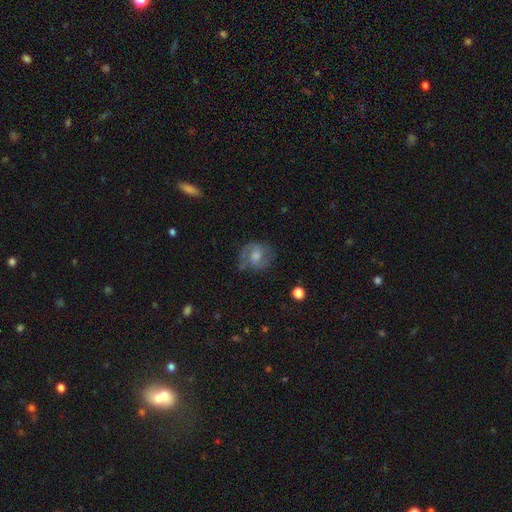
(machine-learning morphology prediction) Smooth or featured? featured or disk (65%)
Edge-on disk? no (97%)
Bar? weak (50%)
Spiral arms? yes (88%)
Spiral winding? medium (48%)
Spiral arm count? 2 (77%)
Bulge size? moderate (56%)
Merging? none (73%)